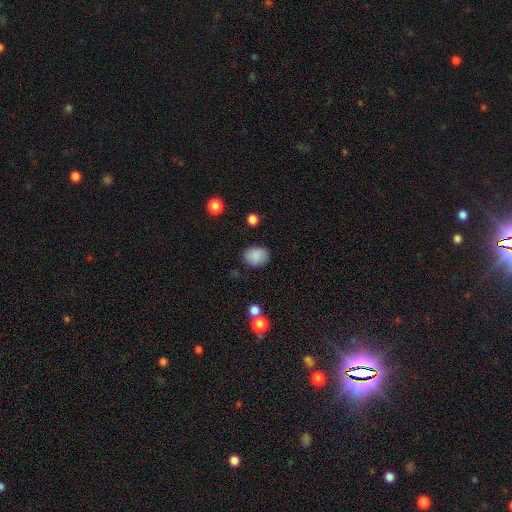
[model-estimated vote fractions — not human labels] This is clearly a smooth galaxy (87%). How rounded: possibly in between (51%). Merging: clearly none (84%).